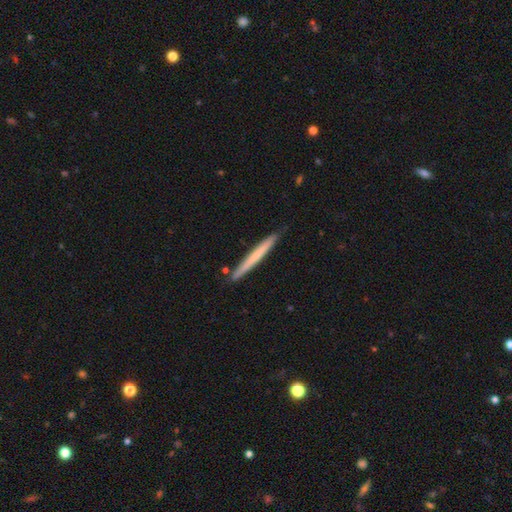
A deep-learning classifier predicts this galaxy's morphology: Smooth or featured? Predicted: smooth (p=0.54). How rounded? Predicted: cigar-shaped (p=0.97). Merging? Predicted: none (p=0.89).